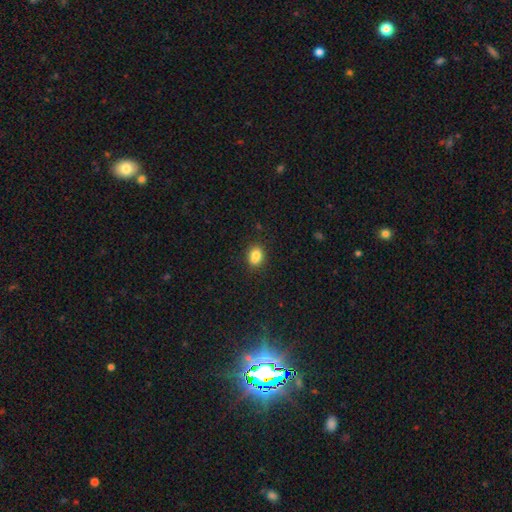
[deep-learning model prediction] smooth_or_featured: smooth (p=0.81) [alt: star or artifact p=0.11]
how_rounded: in between (p=0.50) [alt: round p=0.49]
merging: none (p=0.68) [alt: minor disturbance p=0.14]